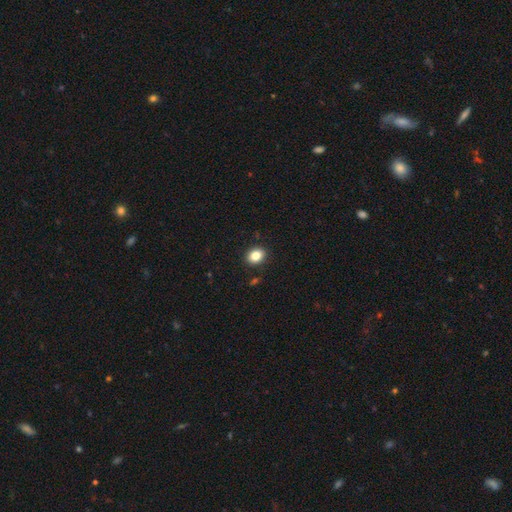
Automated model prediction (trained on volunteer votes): The model was most divided on "how rounded": in between: 57%, round: 42%, cigar-shaped: 1%. More confident: merging — none (89%); smooth or featured — smooth (84%).